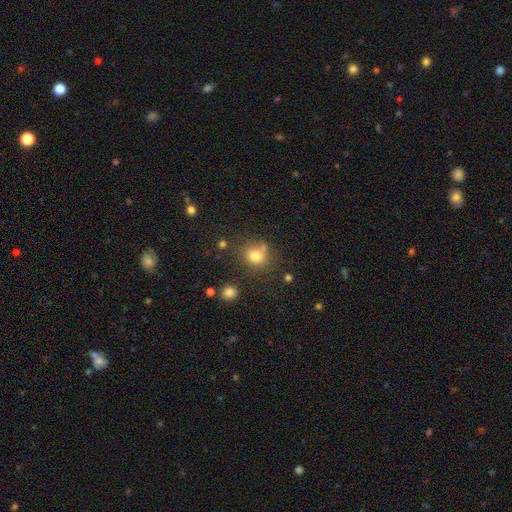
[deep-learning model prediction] A smooth galaxy with no disk features (78%) that is round (76%). Merging: none (63%).